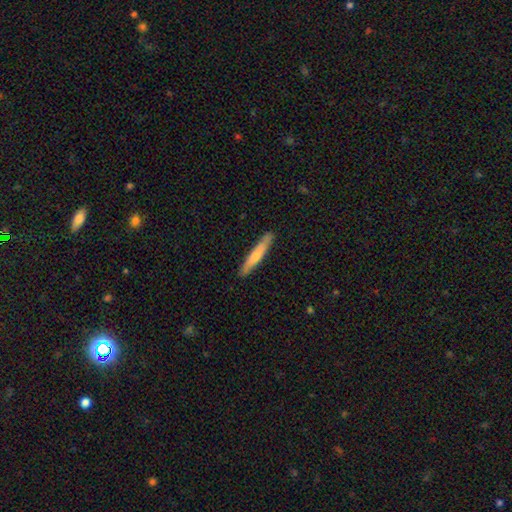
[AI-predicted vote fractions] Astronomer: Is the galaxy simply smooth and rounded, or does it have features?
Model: smooth — 65%.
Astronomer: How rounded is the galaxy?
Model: cigar-shaped — 93%.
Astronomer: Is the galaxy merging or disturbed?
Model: none — 89%.